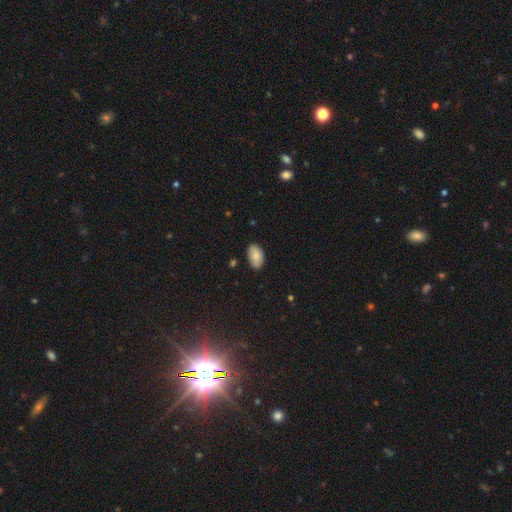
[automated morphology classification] The model was most divided on "merging": none: 83%, minor disturbance: 13%, major disturbance: 2%, merger: 1%. More confident: how rounded — in between (93%); smooth or featured — smooth (82%).